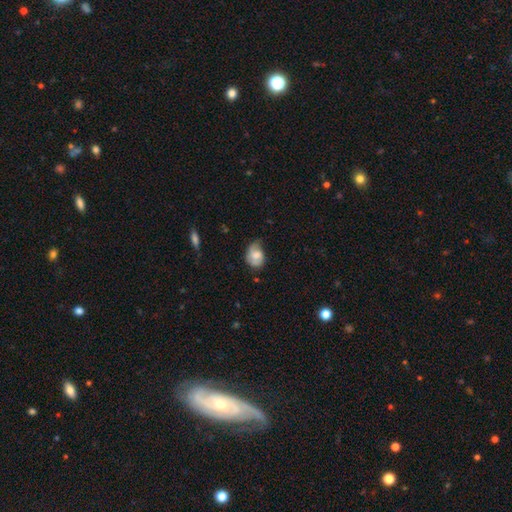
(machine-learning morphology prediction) Smooth or featured? smooth (56%)
How rounded? in between (67%)
Merging? none (42%)